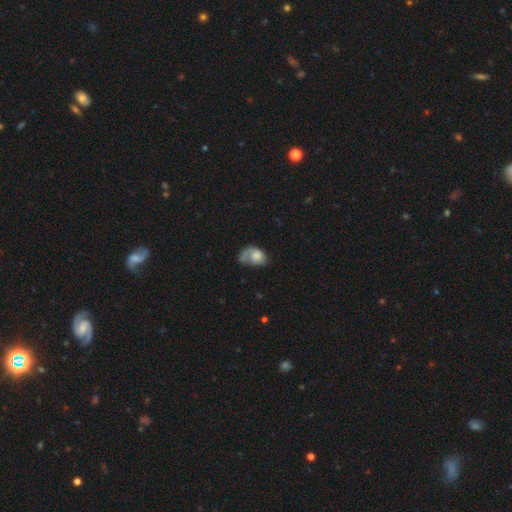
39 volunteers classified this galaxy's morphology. Volunteers were most divided on "spiral winding": medium: 44%, loose: 38%, tight: 19%. Remaining: edge-on disk — no (95%); spiral arm count — 1 (94%); spiral arms — yes (76%); bar — no (57%); smooth or featured — featured or disk (56%); merging — major disturbance (45%); bulge size — small (38%).